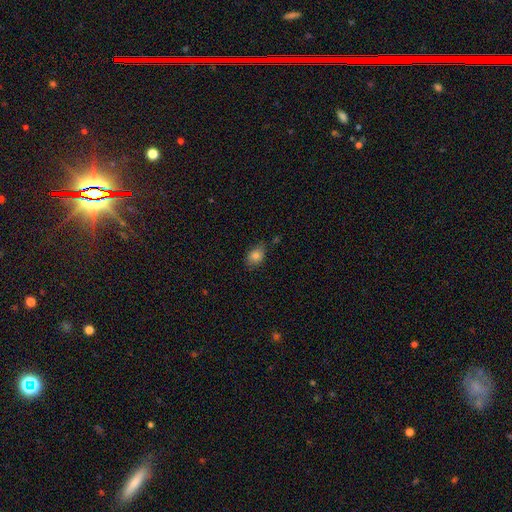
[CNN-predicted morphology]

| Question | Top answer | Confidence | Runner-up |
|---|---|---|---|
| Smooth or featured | smooth | 83% | star or artifact (9%) |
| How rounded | in between | 71% | round (28%) |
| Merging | none | 69% | minor disturbance (24%) |